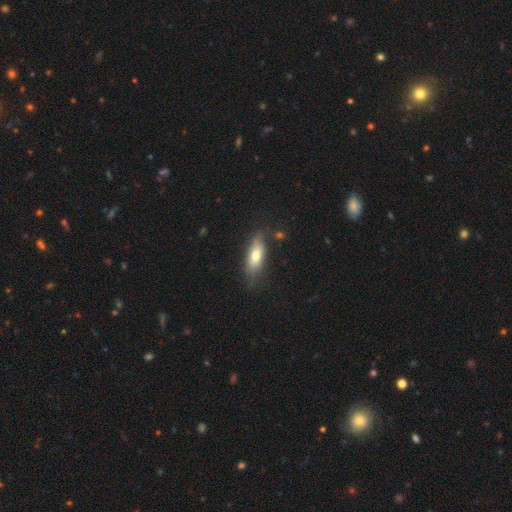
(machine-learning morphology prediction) Q: Smooth or featured?
A: smooth (69%); runner-up: featured or disk (24%)
Q: How rounded?
A: in between (71%); runner-up: cigar-shaped (26%)
Q: Merging?
A: none (68%); runner-up: minor disturbance (22%)